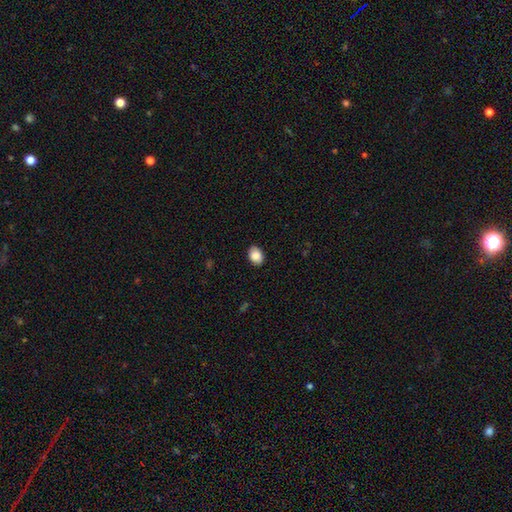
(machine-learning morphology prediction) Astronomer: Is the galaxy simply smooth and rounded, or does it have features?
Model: smooth — 87%.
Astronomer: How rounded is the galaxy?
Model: in between — 77%.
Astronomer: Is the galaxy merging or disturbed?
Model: none — 87%.